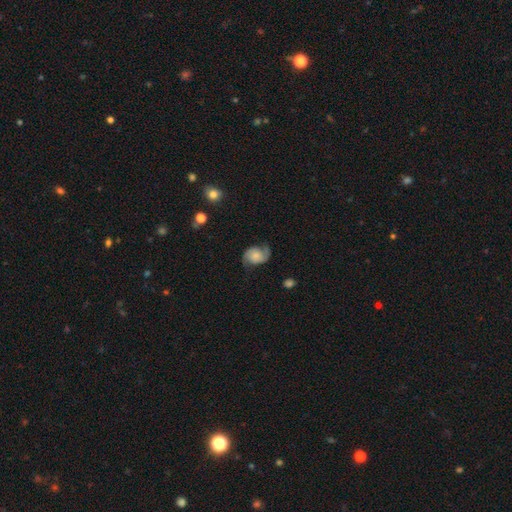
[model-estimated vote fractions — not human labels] Q: Smooth or featured?
A: featured or disk (69%); runner-up: smooth (23%)
Q: Edge-on disk?
A: no (98%); runner-up: yes (2%)
Q: Bar?
A: no (70%); runner-up: weak (25%)
Q: Spiral arms?
A: yes (94%); runner-up: no (6%)
Q: Spiral winding?
A: medium (46%); runner-up: loose (31%)
Q: Spiral arm count?
A: 2 (89%); runner-up: can't tell (4%)
Q: Bulge size?
A: small (35%); runner-up: moderate (30%)
Q: Merging?
A: none (69%); runner-up: minor disturbance (21%)